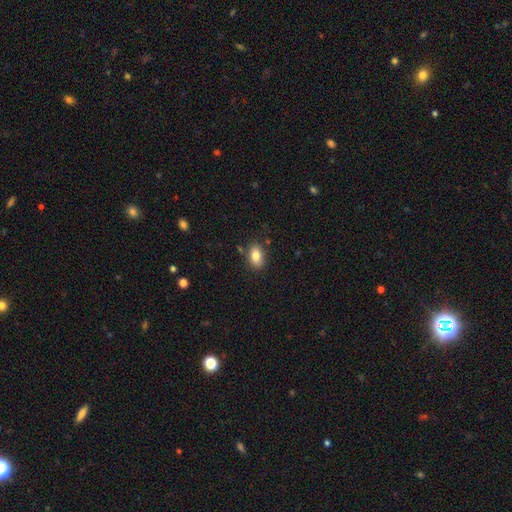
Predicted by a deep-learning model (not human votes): This is clearly a smooth galaxy (82%). How rounded: clearly in between (86%). Merging: clearly none (81%).